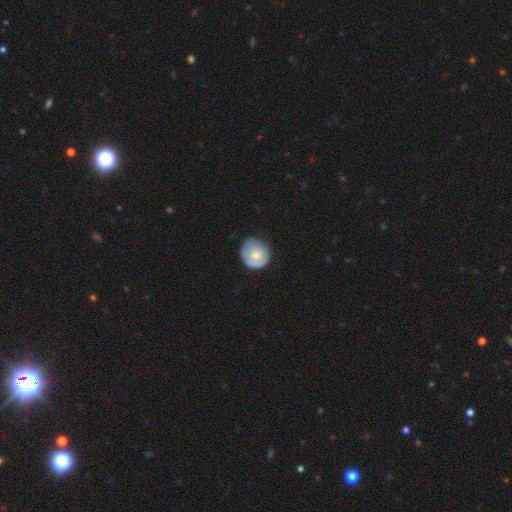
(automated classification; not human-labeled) Smooth or featured? smooth (61%)
How rounded? round (85%)
Merging? none (65%)